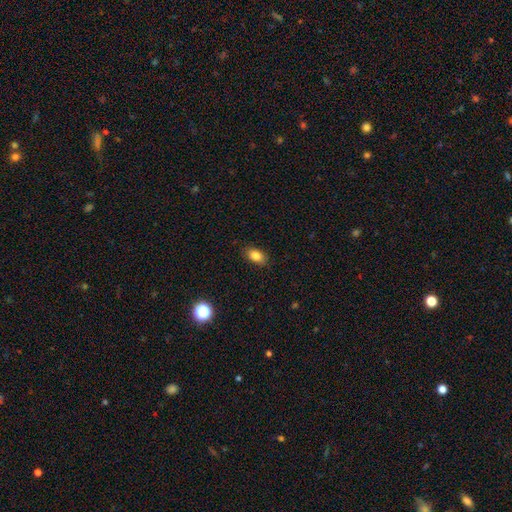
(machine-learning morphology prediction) This is clearly a smooth galaxy (84%). How rounded: clearly in between (87%). Merging: clearly none (87%).